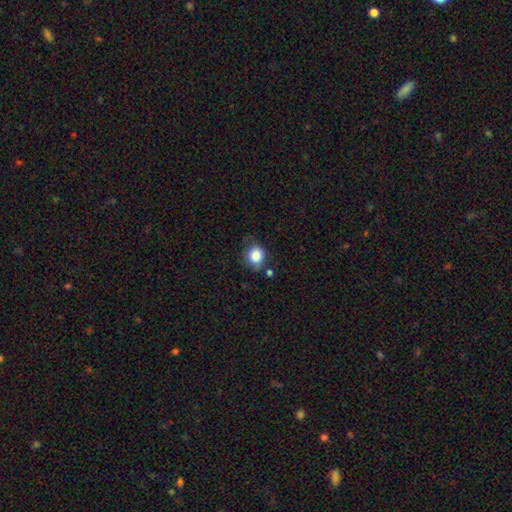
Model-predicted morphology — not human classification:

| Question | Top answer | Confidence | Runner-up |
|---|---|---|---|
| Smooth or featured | smooth | 84% | star or artifact (9%) |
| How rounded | round | 69% | in between (30%) |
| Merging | none | 65% | minor disturbance (24%) |